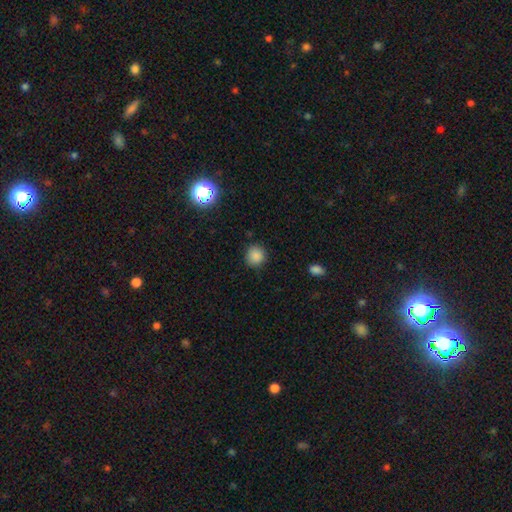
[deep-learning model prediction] The model was most divided on "smooth or featured": smooth: 84%, star or artifact: 12%, featured or disk: 4%. More confident: how rounded — round (91%); merging — none (87%).